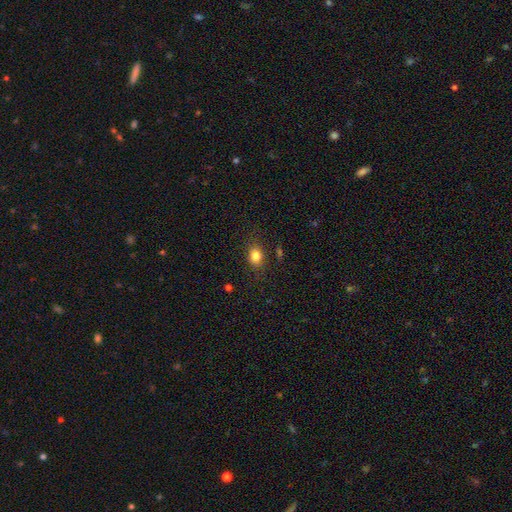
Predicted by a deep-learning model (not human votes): smooth-or-featured: smooth: 82% | star or artifact: 11% | featured or disk: 7%
  how-rounded: in between: 58% | round: 40% | cigar-shaped: 1%
  merging: none: 82% | minor disturbance: 12% | major disturbance: 4% | merger: 2%